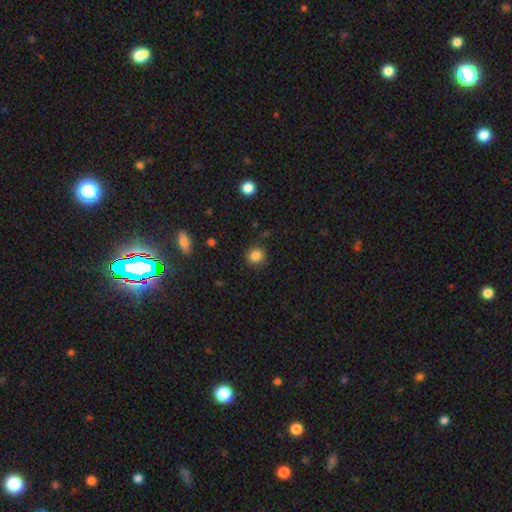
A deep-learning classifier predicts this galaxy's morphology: This is clearly a smooth galaxy (84%). How rounded: clearly round (88%). Merging: clearly none (87%).